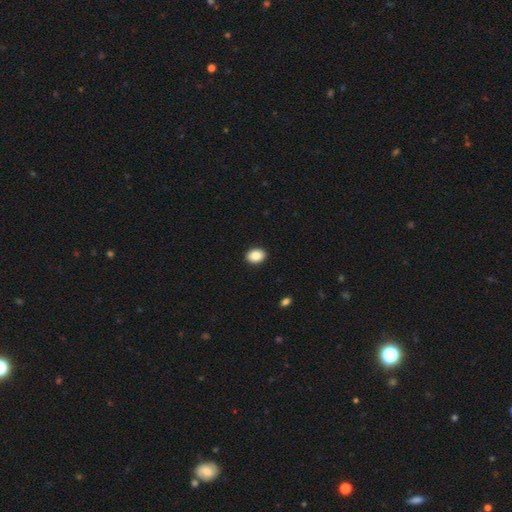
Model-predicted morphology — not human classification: The model was most divided on "how rounded": in between: 69%, round: 30%, cigar-shaped: 1%. More confident: merging — none (91%); smooth or featured — smooth (88%).